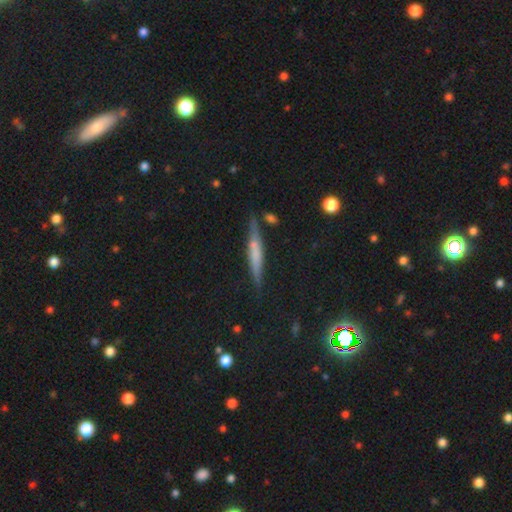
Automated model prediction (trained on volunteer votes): Overall: featured or disk (48%; smooth 39%). Merging: none (84%).